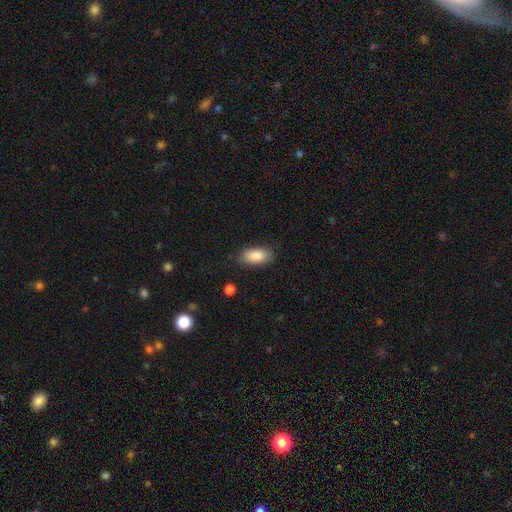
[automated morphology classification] smooth 88%, star or artifact 7%, featured or disk 6%. Down the decision tree: how rounded — in between (91%); merging — none (84%).